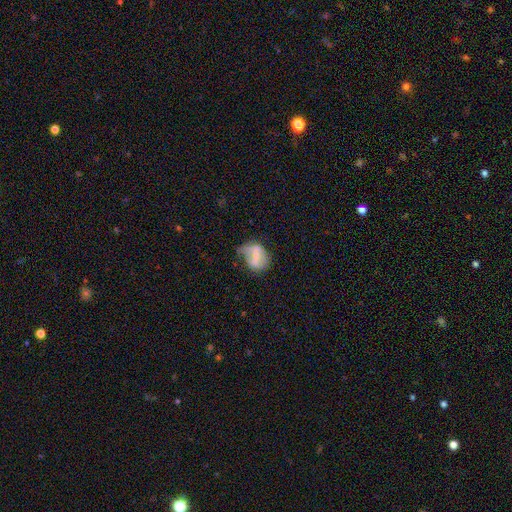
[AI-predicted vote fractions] Smooth or featured? Predicted: featured or disk (p=0.48). Merging? Predicted: none (p=0.34, tied with minor disturbance).